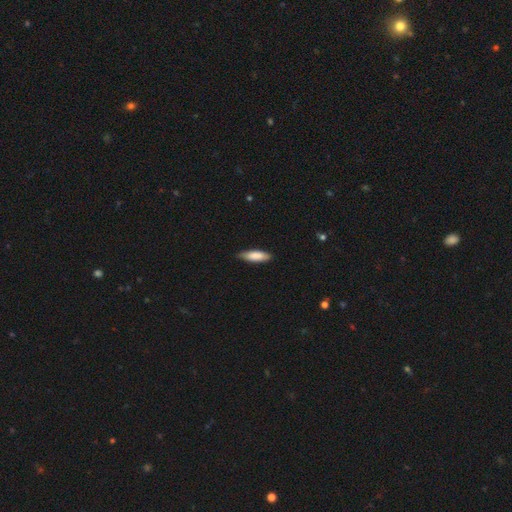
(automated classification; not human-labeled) This appears to be a smooth galaxy with no disk features (84%) that is cigar-shaped (50%). Merging: none (80%).